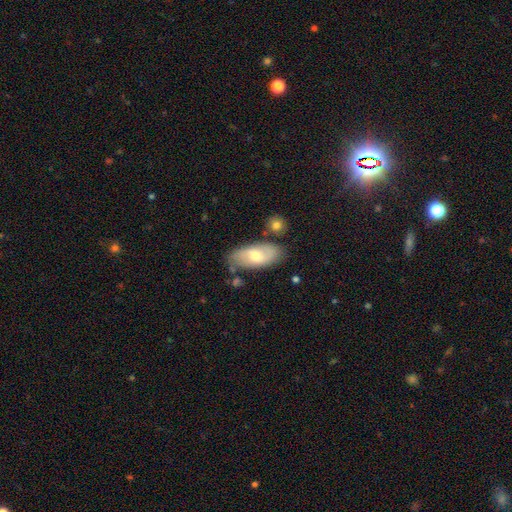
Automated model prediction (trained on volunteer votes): smooth-or-featured: smooth: 57% | featured or disk: 37% | star or artifact: 6%
  how-rounded: in between: 87% | cigar-shaped: 10% | round: 3%
  merging: none: 74% | minor disturbance: 16% | merger: 6% | major disturbance: 4%